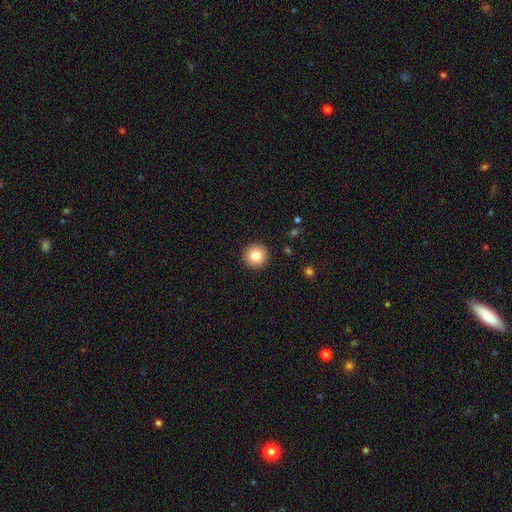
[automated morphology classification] Q: Smooth or featured?
A: smooth (82%); runner-up: star or artifact (10%)
Q: How rounded?
A: round (96%); runner-up: in between (3%)
Q: Merging?
A: none (93%); runner-up: minor disturbance (5%)